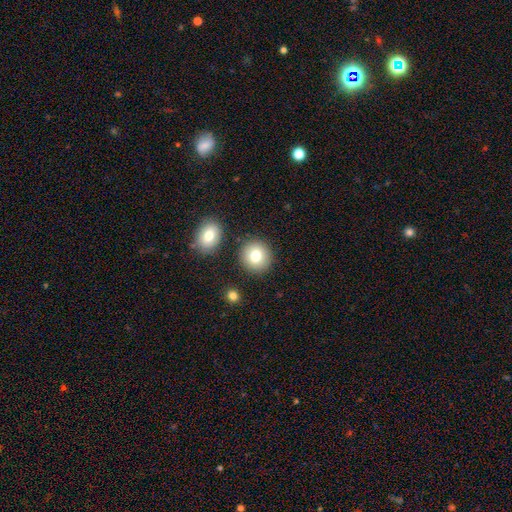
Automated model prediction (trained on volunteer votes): smooth-or-featured: smooth: 79% | featured or disk: 11% | star or artifact: 10%
  how-rounded: round: 89% | in between: 10% | cigar-shaped: 1%
  merging: none: 84% | minor disturbance: 8% | merger: 6% | major disturbance: 3%